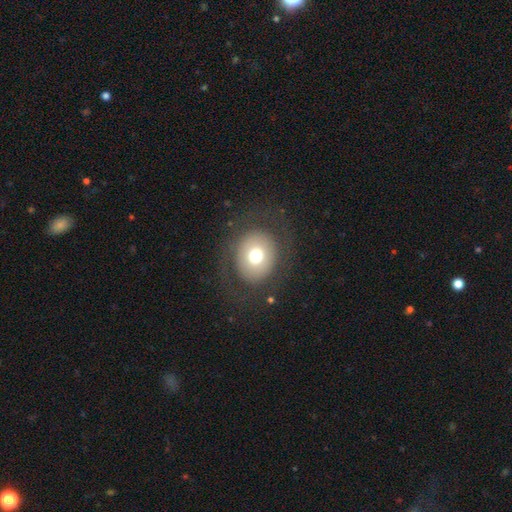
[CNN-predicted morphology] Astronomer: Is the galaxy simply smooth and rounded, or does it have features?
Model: smooth — 64%.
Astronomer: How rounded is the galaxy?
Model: round — 70%.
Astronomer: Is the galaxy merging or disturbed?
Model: none — 79%.